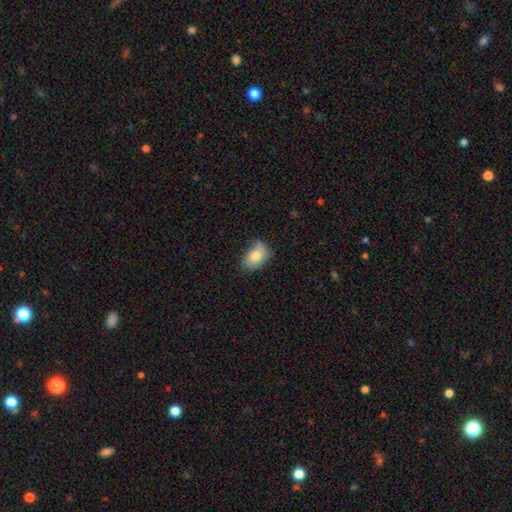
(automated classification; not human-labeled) This appears to be a smooth galaxy with no disk features (76%) that is in between round and cigar-shaped (82%). Merging: none (57%).